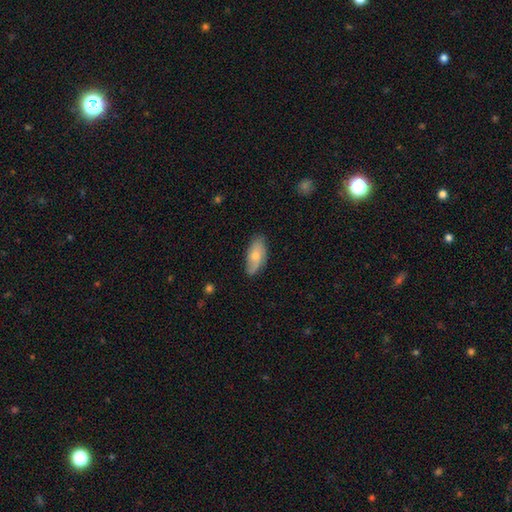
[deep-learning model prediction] The model was most divided on "smooth or featured": smooth: 64%, featured or disk: 30%, star or artifact: 6%. More confident: how rounded — in between (89%); merging — none (73%).